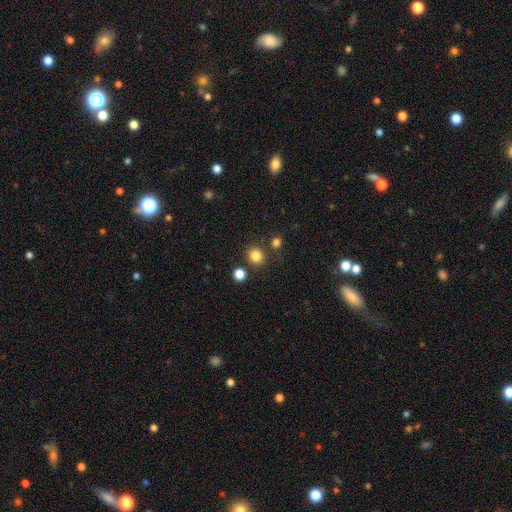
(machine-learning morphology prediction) Overall: smooth (83%). How rounded: round (86%). Merging: none (83%).